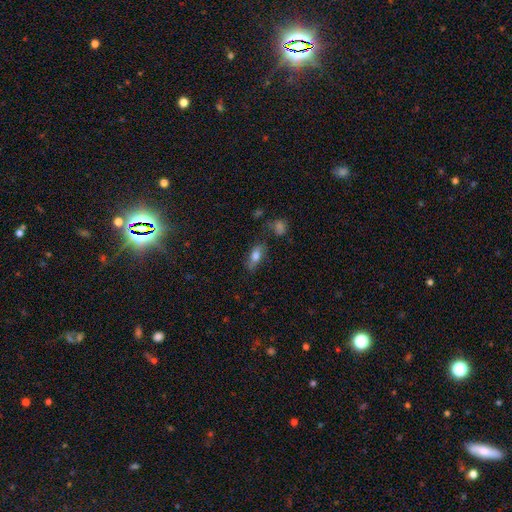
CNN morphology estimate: smooth 74%, featured or disk 17%, star or artifact 9%. Down the decision tree: how rounded — in between (81%); merging — none (67%).